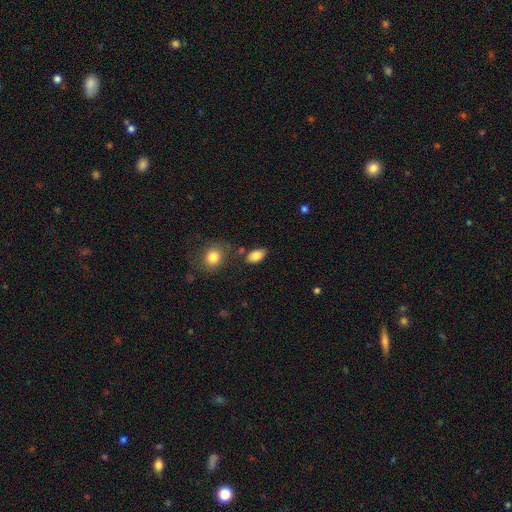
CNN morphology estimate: This is clearly a smooth galaxy (84%). How rounded: clearly in between (92%). Merging: likely none (75%).